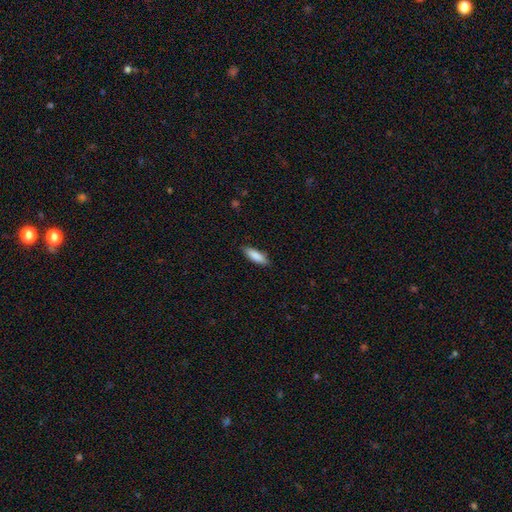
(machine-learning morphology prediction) Smooth or featured? smooth (86%)
How rounded? cigar-shaped (50%)
Merging? none (86%)